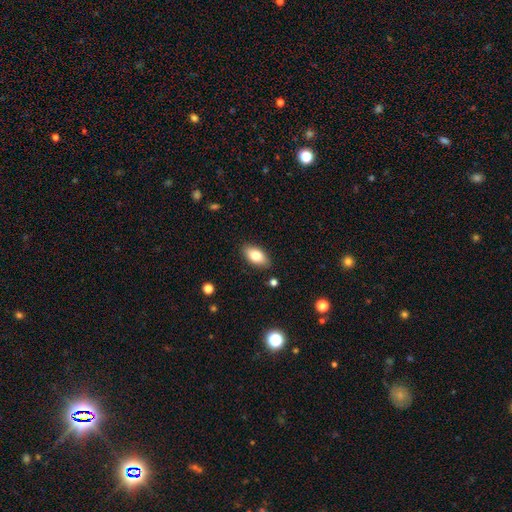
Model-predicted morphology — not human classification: type=smooth (80%); roundness=in between (92%); merging=none (87%).